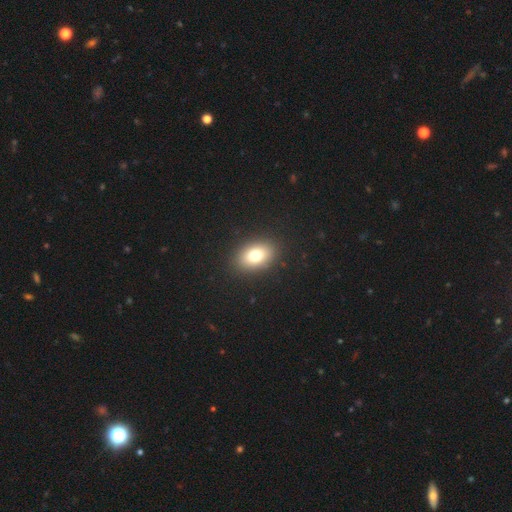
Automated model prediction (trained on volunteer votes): A smooth galaxy with no disk features (76%) that is in between round and cigar-shaped (80%).

Vote fractions:
- Smooth or featured? smooth: 76% / featured or disk: 13% / star or artifact: 11%
- How rounded? in between: 80% / round: 18% / cigar-shaped: 2%
- Merging? none: 91% / minor disturbance: 6% / major disturbance: 2% / merger: 1%